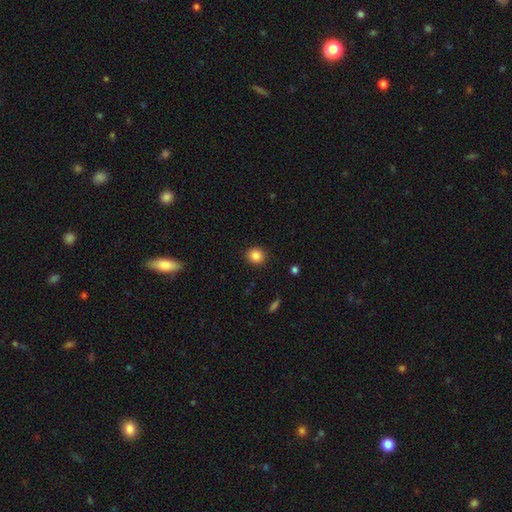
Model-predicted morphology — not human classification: A smooth galaxy with no disk features (86%) that is round (87%). Merging: none (91%).